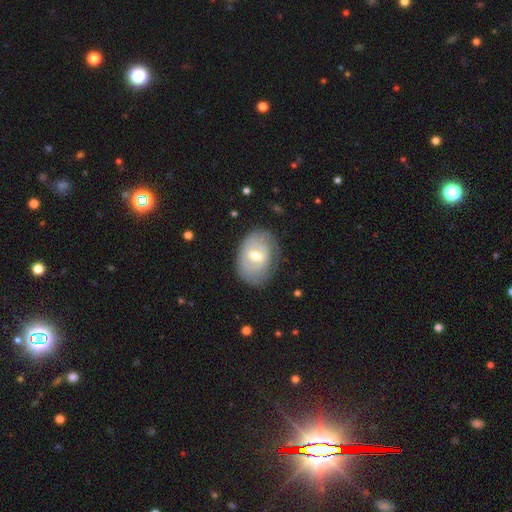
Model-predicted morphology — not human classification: Smooth or featured? Predicted: featured or disk (p=0.62). Edge-on disk? Predicted: no (p=0.94). Bar? Predicted: weak (p=0.53). Spiral arms? Predicted: yes (p=0.61). Bulge size? Predicted: moderate (p=0.70). Merging? Predicted: none (p=0.69).